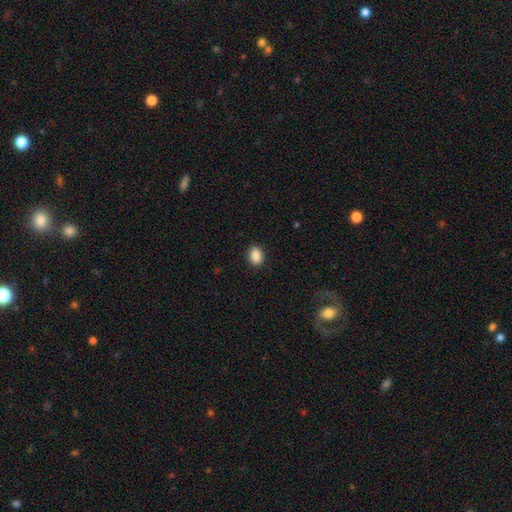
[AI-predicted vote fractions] This is clearly a smooth galaxy (89%). How rounded: likely in between (71%). Merging: clearly none (89%).